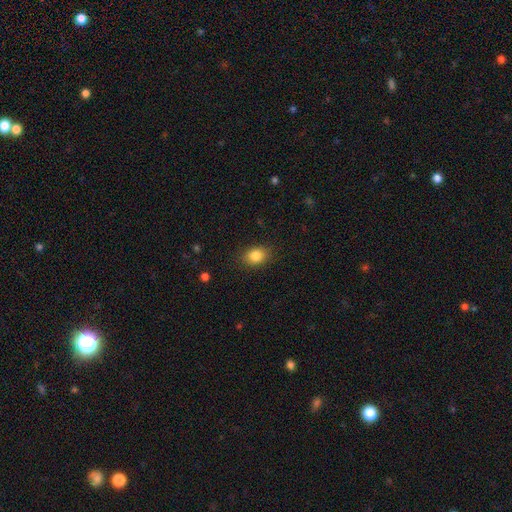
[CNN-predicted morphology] Smooth or featured: smooth — 85% (star or artifact — 9%)
How rounded: in between — 67% (round — 32%)
Merging: none — 86% (minor disturbance — 10%)